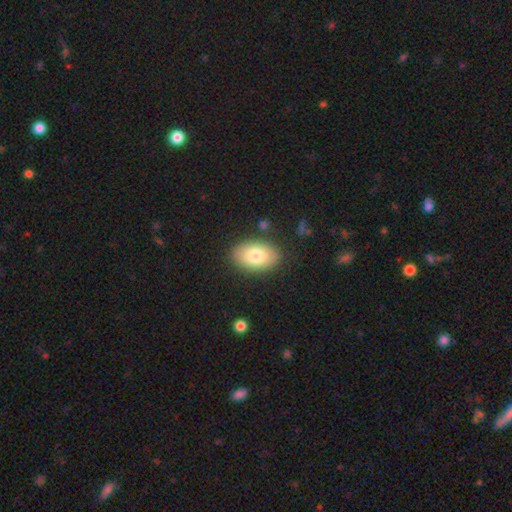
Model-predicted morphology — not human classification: Q: Smooth or featured?
A: smooth (80%); runner-up: featured or disk (14%)
Q: How rounded?
A: in between (91%); runner-up: round (8%)
Q: Merging?
A: none (86%); runner-up: minor disturbance (10%)